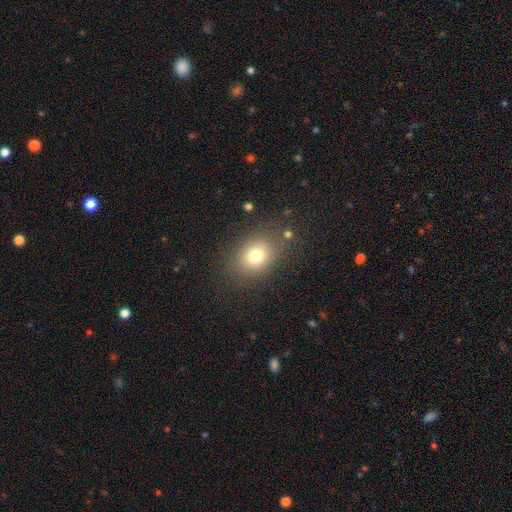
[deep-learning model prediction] Smooth or featured?
  - smooth: 75% *
  - star or artifact: 14%
  - featured or disk: 11%
How rounded?
  - in between: 52% *
  - round: 47%
  - cigar-shaped: 1%
Merging?
  - none: 78% *
  - minor disturbance: 13%
  - major disturbance: 6%
  - merger: 3%